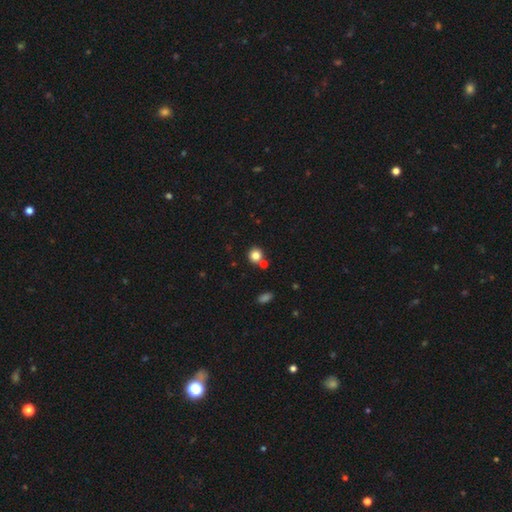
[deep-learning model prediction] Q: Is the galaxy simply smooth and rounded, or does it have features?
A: smooth — 83%.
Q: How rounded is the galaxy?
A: round — 89%.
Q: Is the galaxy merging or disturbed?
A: none — 69%.